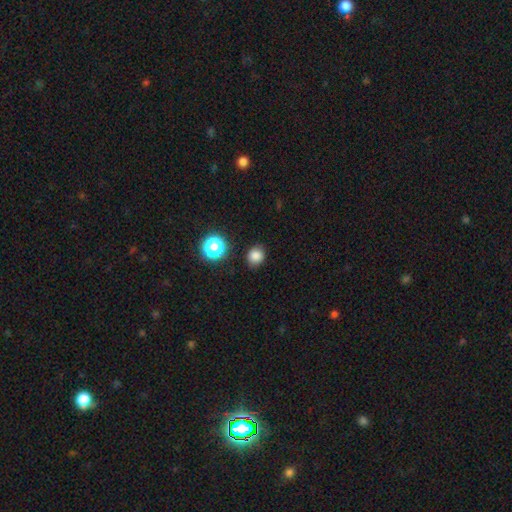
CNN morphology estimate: smooth_or_featured: smooth (p=0.82) [alt: star or artifact p=0.13]
how_rounded: round (p=0.71) [alt: in between p=0.28]
merging: none (p=0.83) [alt: minor disturbance p=0.12]